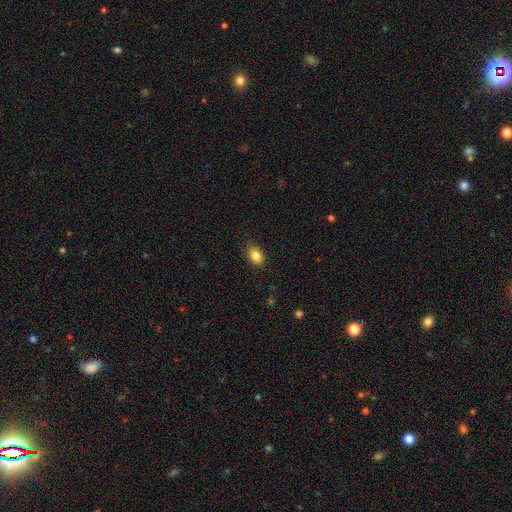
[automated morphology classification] This is clearly a smooth galaxy (86%). How rounded: clearly in between (82%). Merging: clearly none (85%).